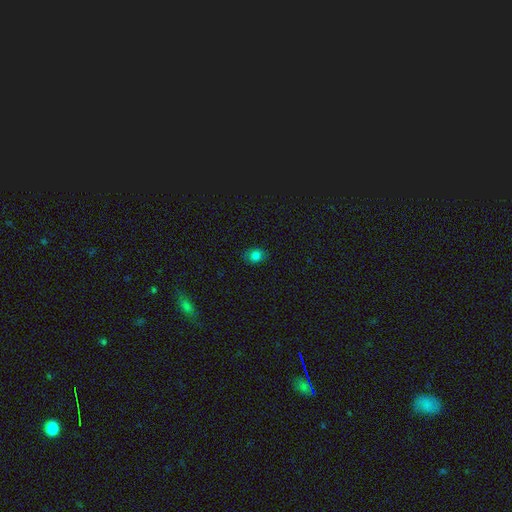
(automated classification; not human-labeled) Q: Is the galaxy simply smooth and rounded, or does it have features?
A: smooth — 80%.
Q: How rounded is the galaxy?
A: in between — 56%.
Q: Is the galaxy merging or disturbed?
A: none — 82%.